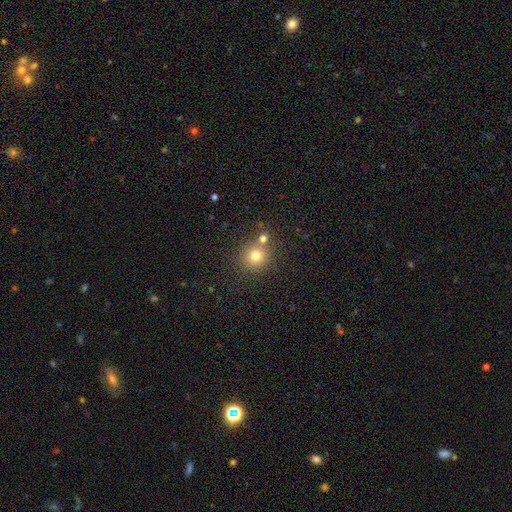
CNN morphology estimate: Smooth or featured? smooth (76%)
How rounded? round (90%)
Merging? none (72%)